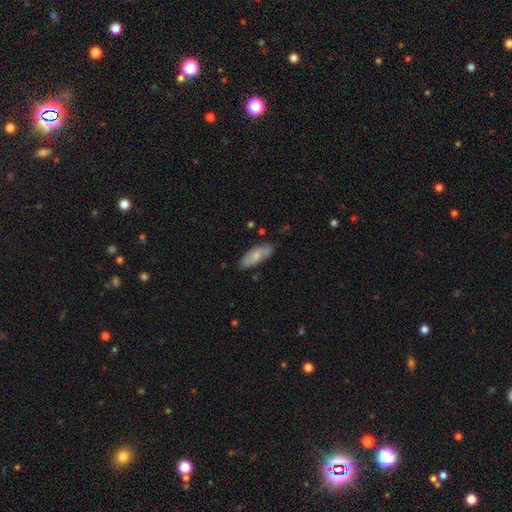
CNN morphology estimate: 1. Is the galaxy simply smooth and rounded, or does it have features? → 72% smooth, 22% featured or disk, 6% star or artifact.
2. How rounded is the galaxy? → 73% in between, 25% cigar-shaped, 2% round.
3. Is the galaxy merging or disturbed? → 79% none, 16% minor disturbance, 3% major disturbance, 2% merger.